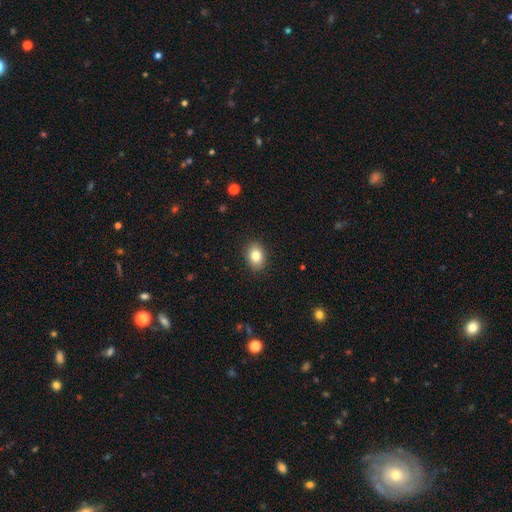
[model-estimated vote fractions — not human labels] Q: Smooth or featured?
A: smooth (82%); runner-up: featured or disk (9%)
Q: How rounded?
A: in between (74%); runner-up: round (25%)
Q: Merging?
A: none (89%); runner-up: minor disturbance (8%)